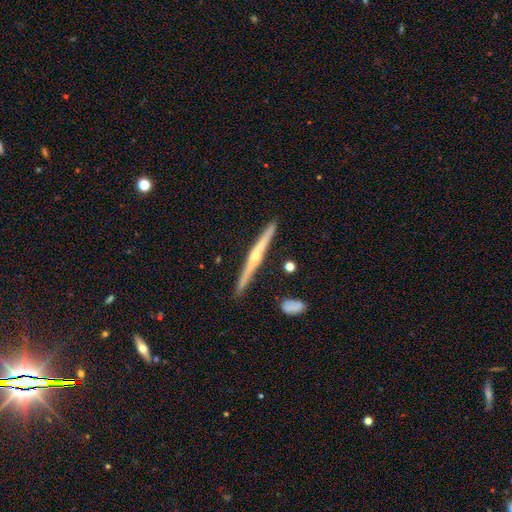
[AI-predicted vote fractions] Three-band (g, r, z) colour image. It shows a featured or disk galaxy (78%) viewed edge-on (98%) with a rounded central bulge (85%). Merging: none (90%).